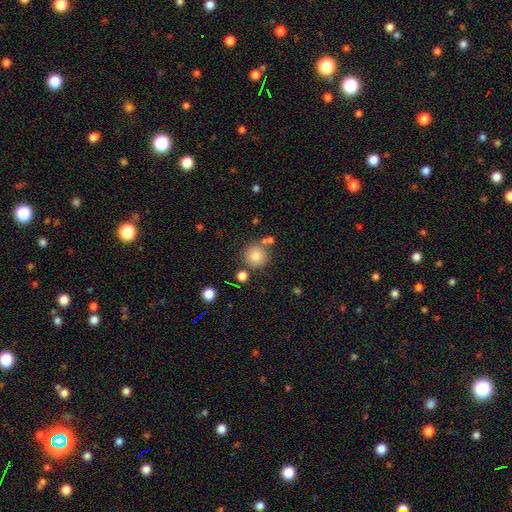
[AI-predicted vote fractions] A smooth galaxy with no disk features (81%) that is round (93%). Merging: none (75%).